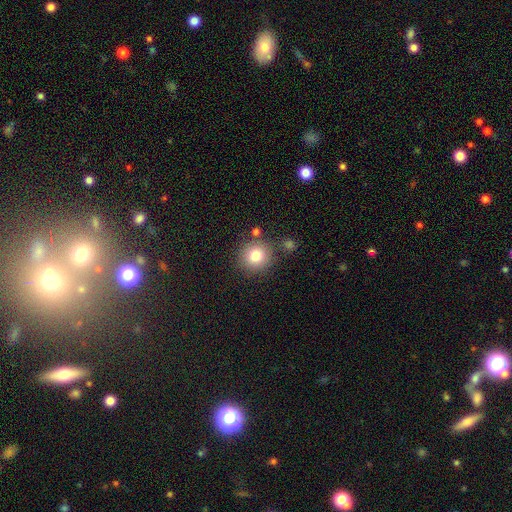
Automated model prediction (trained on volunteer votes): A smooth galaxy with no disk features (81%) that is round (90%).

Vote fractions:
- Smooth or featured? smooth: 81% / star or artifact: 10% / featured or disk: 9%
- How rounded? round: 90% / in between: 9% / cigar-shaped: 1%
- Merging? none: 79% / minor disturbance: 10% / merger: 8% / major disturbance: 3%